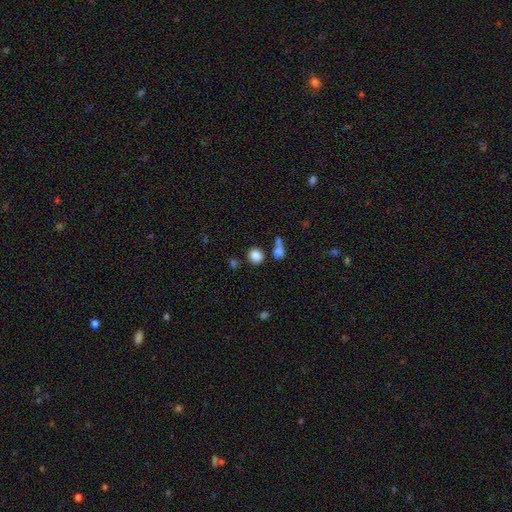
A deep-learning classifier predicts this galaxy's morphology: This appears to be a smooth galaxy with no disk features (85%) that is round (81%). Merging: none (74%).